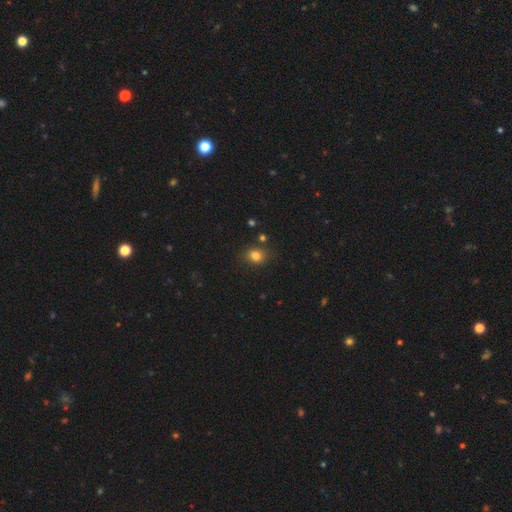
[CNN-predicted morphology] A smooth galaxy with no disk features (80%) that is round (67%). Merging: none (82%).